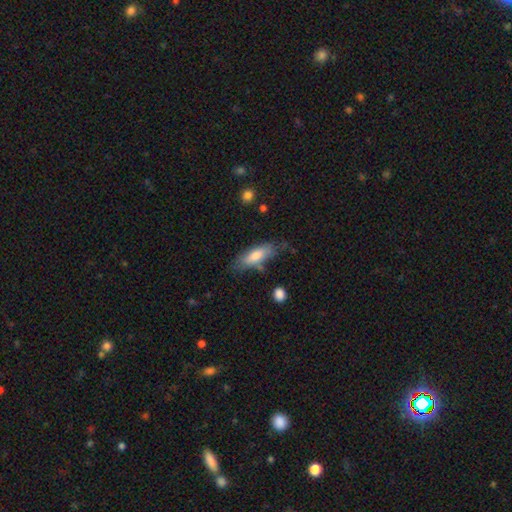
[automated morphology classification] smooth 73%, featured or disk 21%, star or artifact 6%. Down the decision tree: how rounded — in between (54%); merging — none (68%).